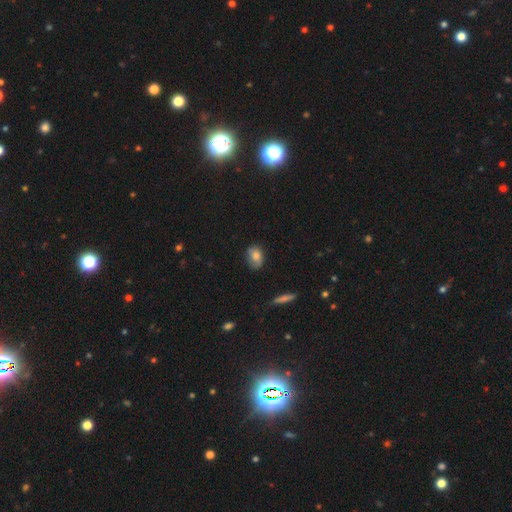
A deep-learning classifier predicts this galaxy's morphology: Smooth or featured? Predicted: smooth (p=0.76). How rounded? Predicted: in between (p=0.79). Merging? Predicted: none (p=0.62).